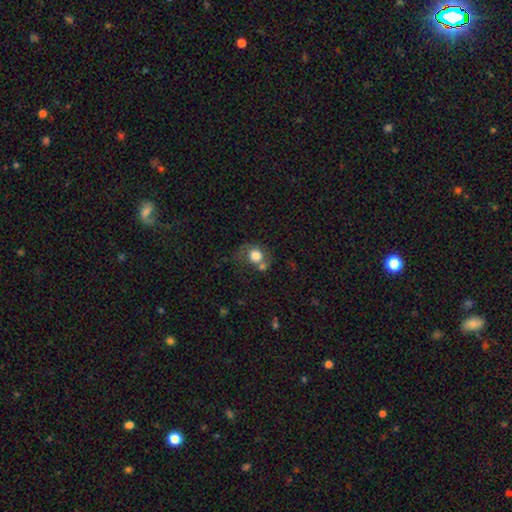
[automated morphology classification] Smooth or featured? smooth (75%)
How rounded? round (72%)
Merging? none (40%)